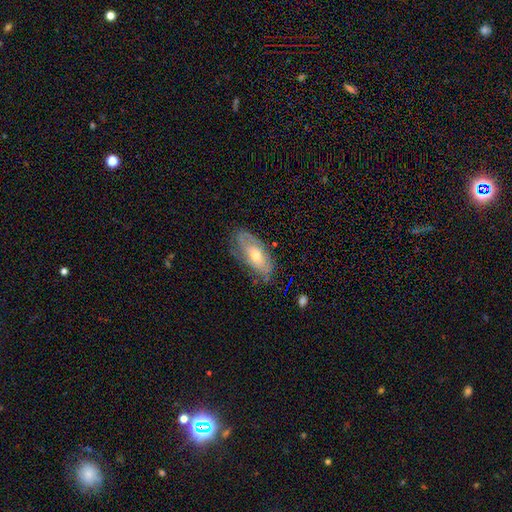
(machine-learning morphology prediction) Q: Smooth or featured?
A: featured or disk (54%); runner-up: smooth (39%)
Q: Edge-on disk?
A: no (84%); runner-up: yes (16%)
Q: Merging?
A: none (64%); runner-up: minor disturbance (25%)